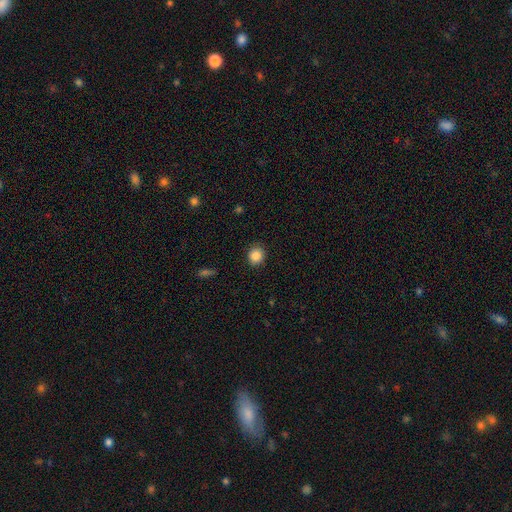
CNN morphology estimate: type=smooth (87%); roundness=round (78%); merging=none (88%).